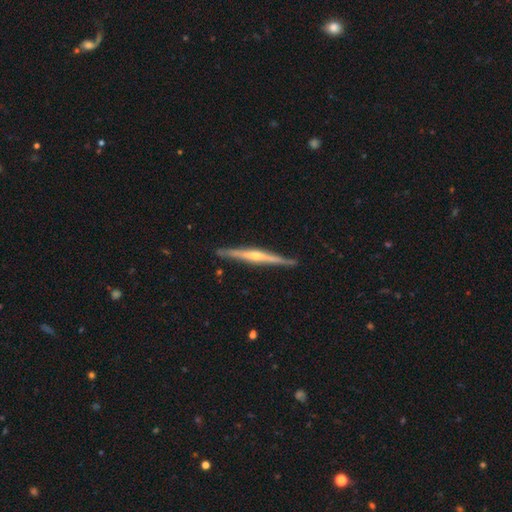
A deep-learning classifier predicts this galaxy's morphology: Overall: featured or disk (76%). Edge-on disk: yes (98%). Edge-on bulge: rounded (70%). Merging: none (88%).